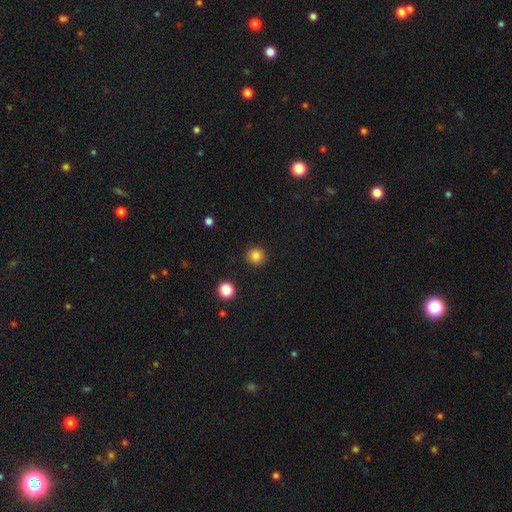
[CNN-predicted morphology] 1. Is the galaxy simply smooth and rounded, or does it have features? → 84% smooth, 12% star or artifact, 4% featured or disk.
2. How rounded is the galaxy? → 95% round, 4% in between, 1% cigar-shaped.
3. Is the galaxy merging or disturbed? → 92% none, 5% minor disturbance, 2% major disturbance, 1% merger.